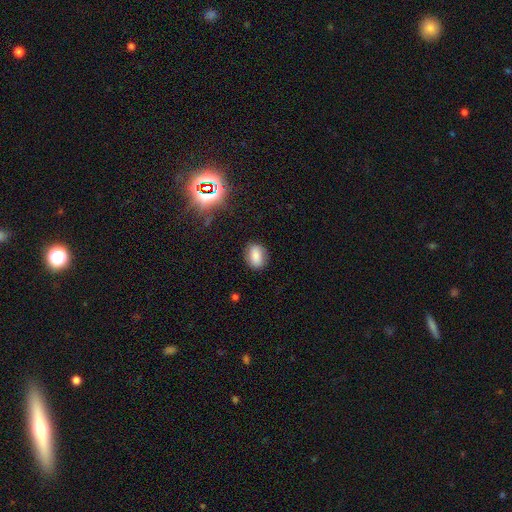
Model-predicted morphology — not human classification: Q: Smooth or featured?
A: smooth (79%); runner-up: star or artifact (11%)
Q: How rounded?
A: in between (75%); runner-up: round (22%)
Q: Merging?
A: none (83%); runner-up: minor disturbance (12%)